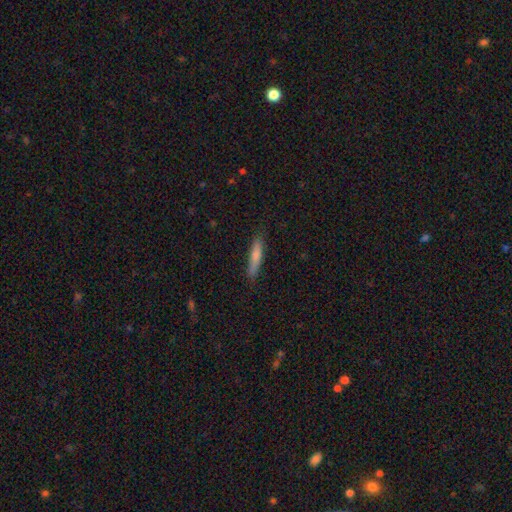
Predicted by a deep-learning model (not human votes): Smooth or featured?
  - smooth: 73% *
  - featured or disk: 21%
  - star or artifact: 6%
How rounded?
  - cigar-shaped: 87% *
  - in between: 12%
  - round: 2%
Merging?
  - none: 84% *
  - minor disturbance: 13%
  - major disturbance: 2%
  - merger: 1%